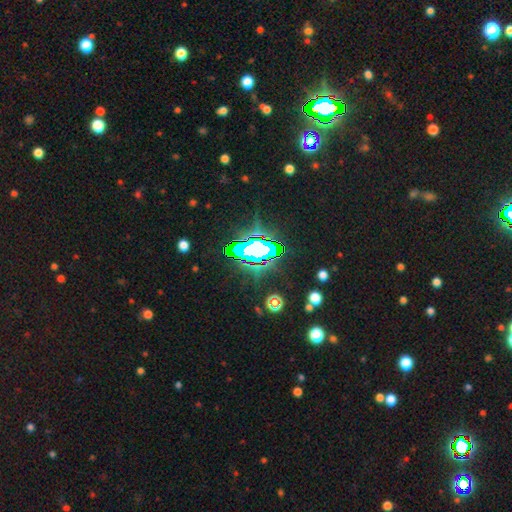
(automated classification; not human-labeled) smooth_or_featured: star or artifact (p=0.71) [alt: smooth p=0.15]